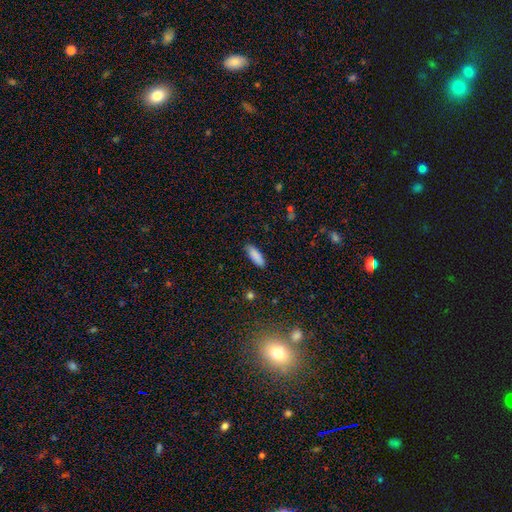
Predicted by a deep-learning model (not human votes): Morphology: type=smooth (89%); roundness=in between (62%); merging=none (87%).